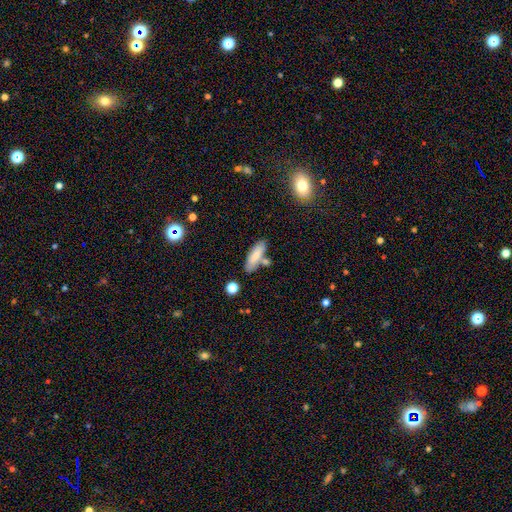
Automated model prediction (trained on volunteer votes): This is likely a smooth galaxy (79%). How rounded: possibly in between (51%). Merging: likely none (70%).